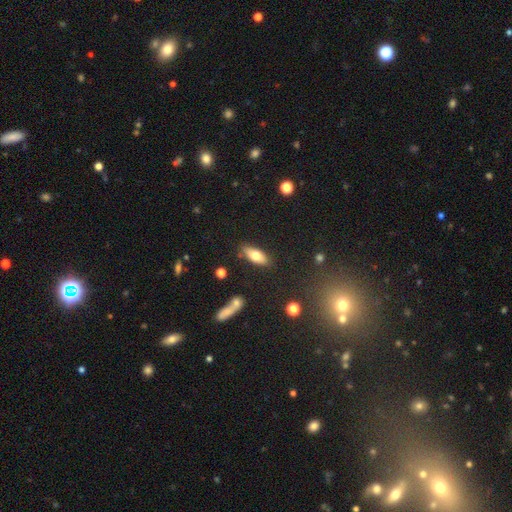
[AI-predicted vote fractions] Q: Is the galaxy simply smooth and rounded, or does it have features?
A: smooth — 71%.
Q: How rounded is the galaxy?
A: in between — 74%.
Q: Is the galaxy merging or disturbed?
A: none — 83%.